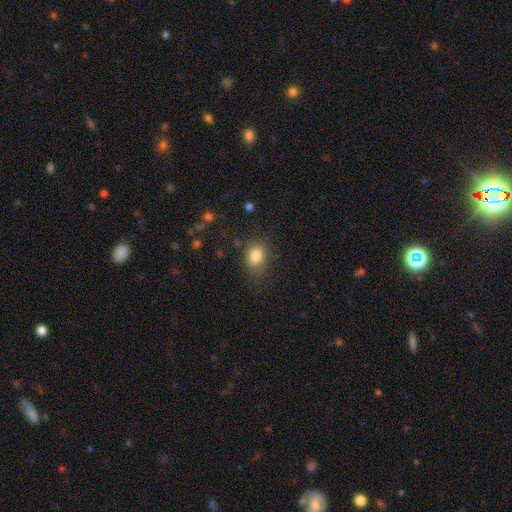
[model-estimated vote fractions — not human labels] Overall: smooth (83%). How rounded: in between (59%; round 39%). Merging: none (73%).